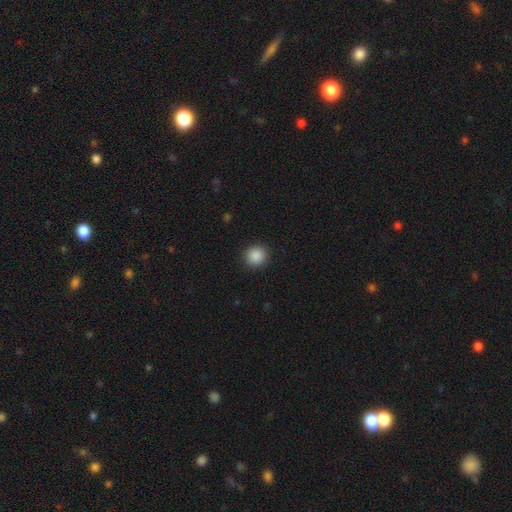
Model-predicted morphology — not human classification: Smooth or featured? smooth (88%)
How rounded? round (90%)
Merging? none (91%)